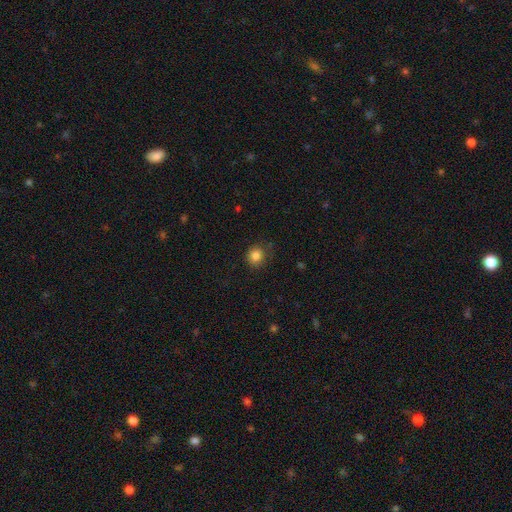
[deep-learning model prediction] Smooth or featured? smooth (83%)
How rounded? round (85%)
Merging? none (83%)